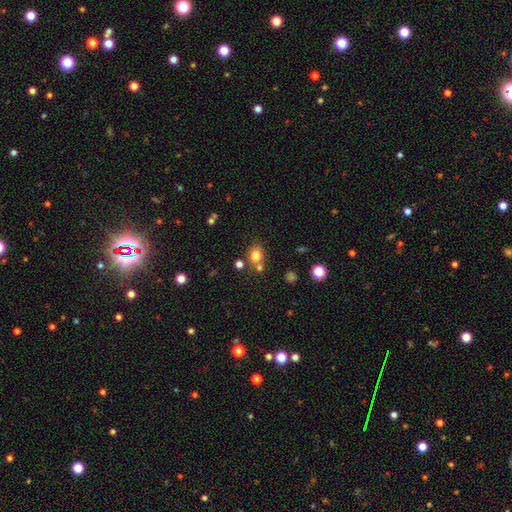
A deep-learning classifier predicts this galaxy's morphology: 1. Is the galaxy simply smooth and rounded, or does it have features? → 79% smooth, 13% star or artifact, 8% featured or disk.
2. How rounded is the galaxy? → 61% round, 38% in between, 1% cigar-shaped.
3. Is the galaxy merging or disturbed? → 62% none, 22% merger, 12% minor disturbance, 4% major disturbance.